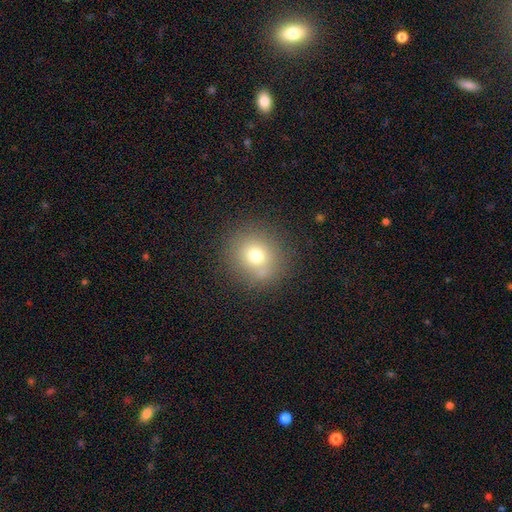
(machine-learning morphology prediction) Smooth or featured? smooth (73%)
How rounded? round (87%)
Merging? none (82%)